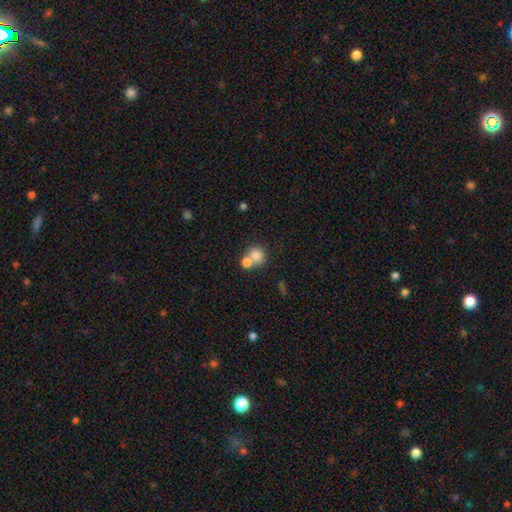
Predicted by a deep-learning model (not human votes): smooth 79%, star or artifact 10%, featured or disk 10%. Down the decision tree: how rounded — round (83%); merging — merger (47%).